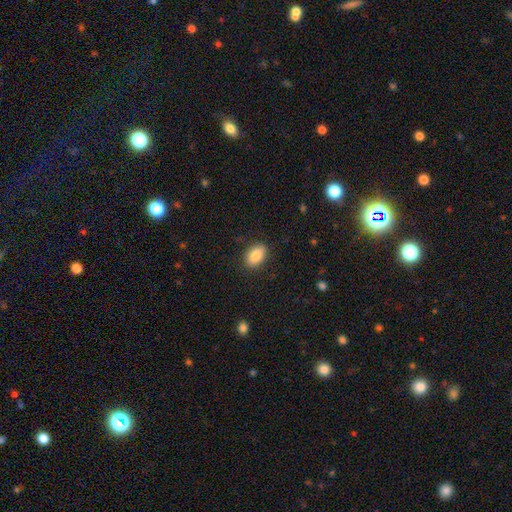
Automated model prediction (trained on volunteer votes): Q: Smooth or featured?
A: smooth (85%); runner-up: featured or disk (8%)
Q: How rounded?
A: in between (87%); runner-up: round (11%)
Q: Merging?
A: none (86%); runner-up: minor disturbance (11%)